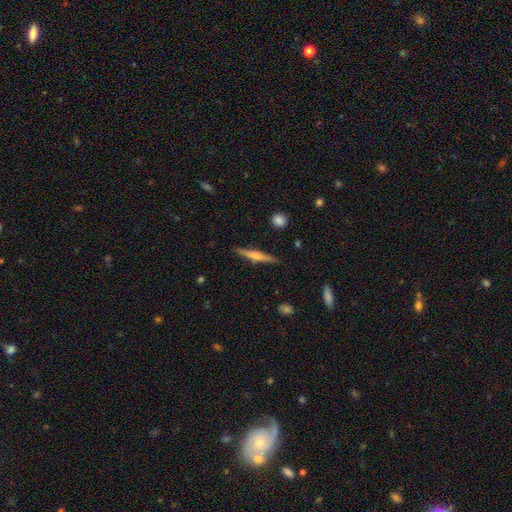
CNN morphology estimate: Smooth or featured?
  - featured or disk: 58% *
  - smooth: 35%
  - star or artifact: 6%
Edge-on disk?
  - yes: 97% *
  - no: 3%
Edge-on bulge?
  - rounded: 73% *
  - none: 14%
  - boxy: 13%
Merging?
  - none: 90% *
  - minor disturbance: 7%
  - major disturbance: 2%
  - merger: 1%